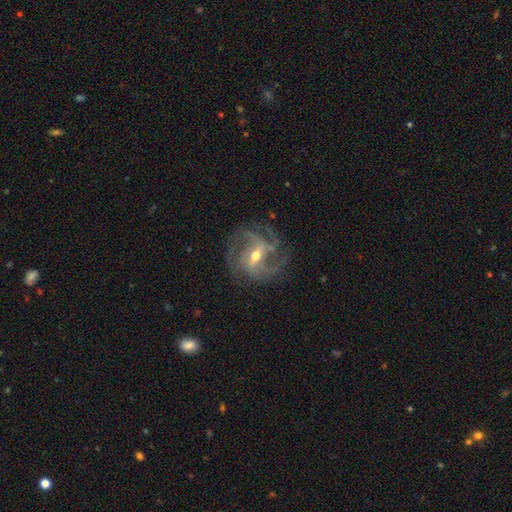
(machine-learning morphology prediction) Q: Smooth or featured?
A: featured or disk (90%); runner-up: star or artifact (6%)
Q: Edge-on disk?
A: no (96%); runner-up: yes (4%)
Q: Bar?
A: strong (48%); runner-up: weak (38%)
Q: Spiral arms?
A: yes (96%); runner-up: no (4%)
Q: Spiral winding?
A: medium (51%); runner-up: tight (31%)
Q: Spiral arm count?
A: 3 (40%); runner-up: 2 (24%)
Q: Bulge size?
A: moderate (61%); runner-up: small (34%)
Q: Merging?
A: none (73%); runner-up: minor disturbance (16%)